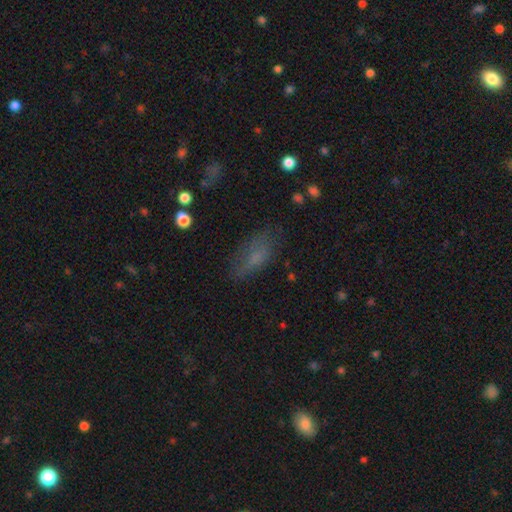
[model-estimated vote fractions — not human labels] Q: Smooth or featured?
A: smooth (66%); runner-up: featured or disk (19%)
Q: How rounded?
A: in between (80%); runner-up: cigar-shaped (16%)
Q: Merging?
A: none (67%); runner-up: minor disturbance (21%)